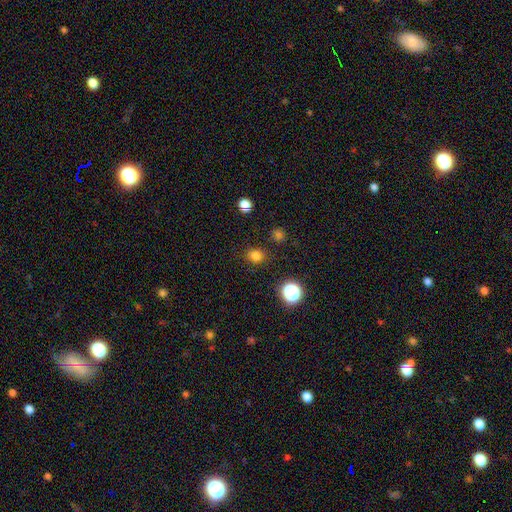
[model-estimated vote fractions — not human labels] smooth-or-featured: smooth: 78% | star or artifact: 17% | featured or disk: 4%
  how-rounded: round: 67% | in between: 32% | cigar-shaped: 1%
  merging: none: 85% | minor disturbance: 9% | major disturbance: 3% | merger: 2%